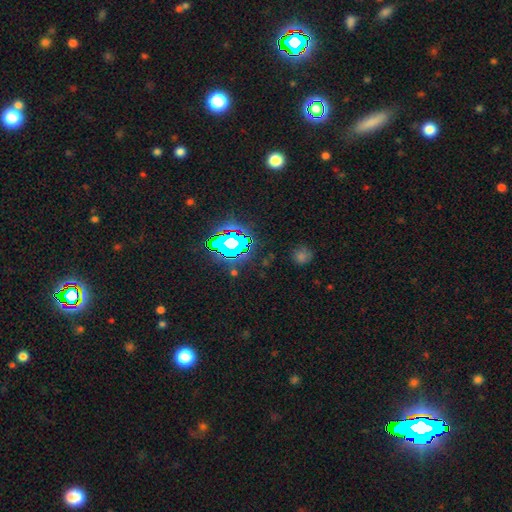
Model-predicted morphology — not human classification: The model was most divided on "smooth or featured": star or artifact: 80%, smooth: 12%, featured or disk: 8%.